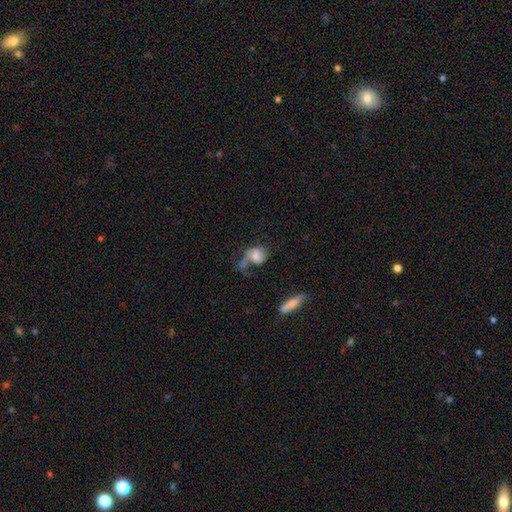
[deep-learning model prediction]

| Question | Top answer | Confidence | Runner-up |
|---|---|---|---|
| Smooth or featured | smooth | 54% | featured or disk (37%) |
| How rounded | in between | 49% | round (48%) |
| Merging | major disturbance | 32% | none (27%) |